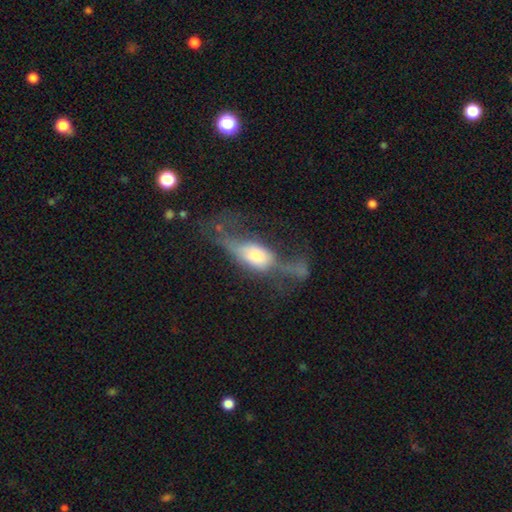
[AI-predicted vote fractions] Smooth or featured? Predicted: featured or disk (p=0.46). Merging? Predicted: major disturbance (p=0.52).